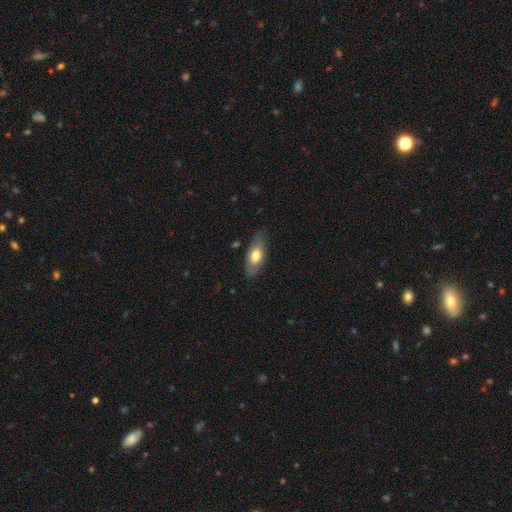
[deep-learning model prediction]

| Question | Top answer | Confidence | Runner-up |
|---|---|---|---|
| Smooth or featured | smooth | 65% | featured or disk (29%) |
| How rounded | in between | 82% | cigar-shaped (15%) |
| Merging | none | 78% | minor disturbance (18%) |